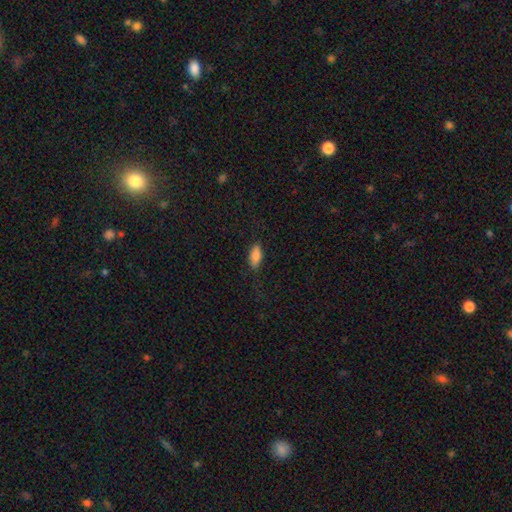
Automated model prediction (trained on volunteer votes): This is clearly a smooth galaxy (86%). How rounded: clearly in between (88%). Merging: clearly none (83%).